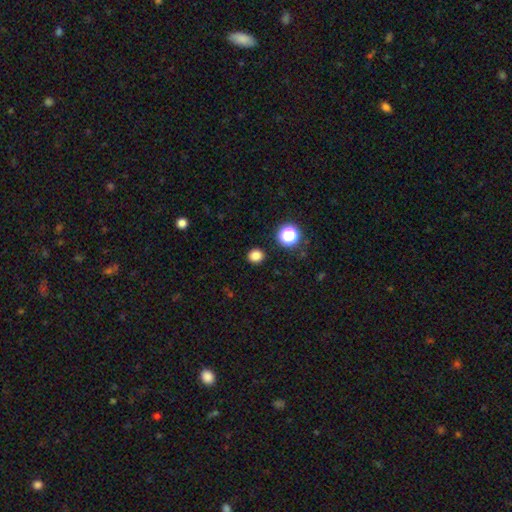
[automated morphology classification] Smooth or featured? smooth (82%)
How rounded? round (84%)
Merging? none (91%)